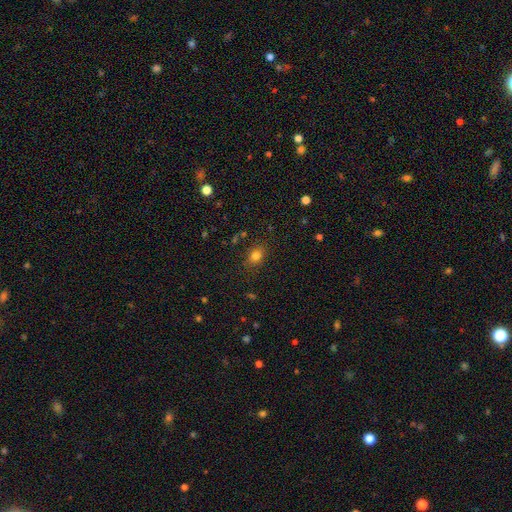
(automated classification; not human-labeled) Smooth or featured? Predicted: smooth (p=0.79). How rounded? Predicted: in between (p=0.61). Merging? Predicted: none (p=0.83).